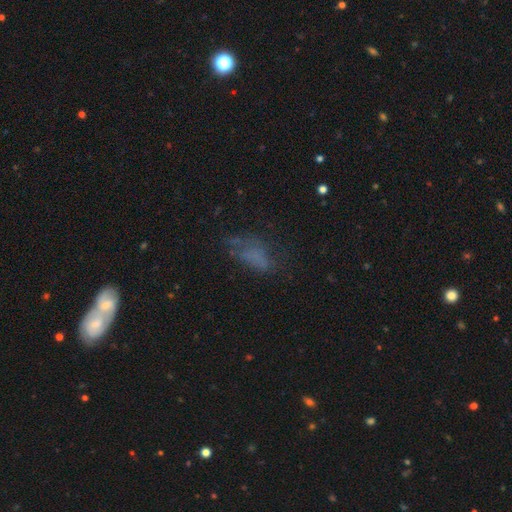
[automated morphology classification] Q: Smooth or featured?
A: smooth (51%); runner-up: featured or disk (29%)
Q: How rounded?
A: in between (83%); runner-up: cigar-shaped (11%)
Q: Merging?
A: none (42%); runner-up: major disturbance (31%)